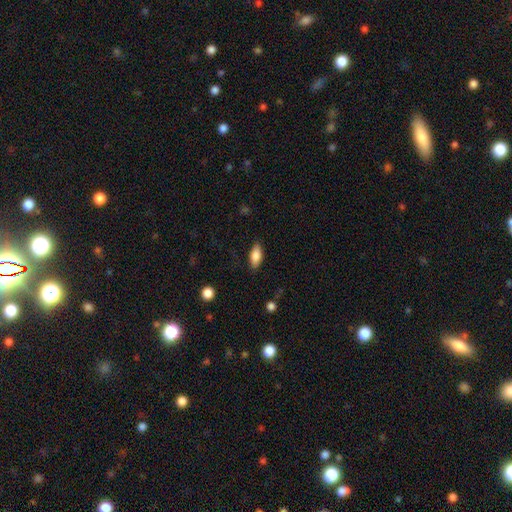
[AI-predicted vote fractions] This appears to be a smooth galaxy with no disk features (83%) that is in between round and cigar-shaped (84%). Merging: none (85%).